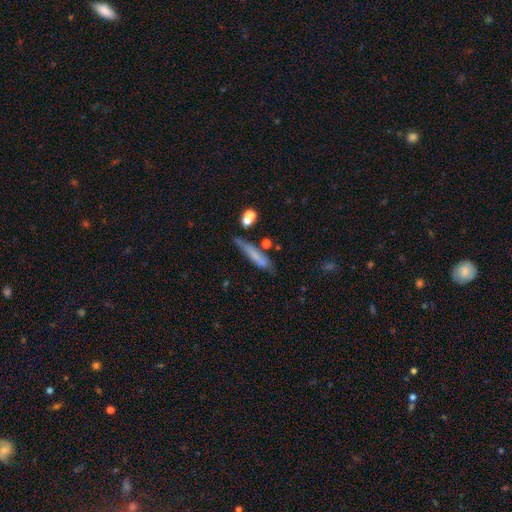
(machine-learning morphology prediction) Smooth or featured?
  - smooth: 62% *
  - featured or disk: 28%
  - star or artifact: 10%
How rounded?
  - cigar-shaped: 86% *
  - in between: 12%
  - round: 3%
Merging?
  - none: 60% *
  - minor disturbance: 23%
  - merger: 9%
  - major disturbance: 8%